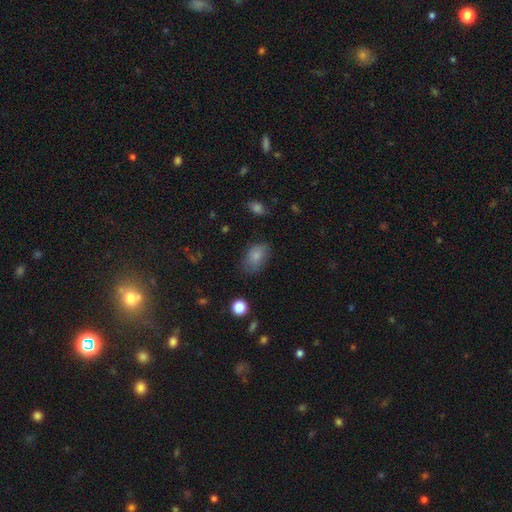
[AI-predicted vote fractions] Q: Smooth or featured?
A: smooth (82%); runner-up: star or artifact (9%)
Q: How rounded?
A: in between (85%); runner-up: round (14%)
Q: Merging?
A: none (64%); runner-up: minor disturbance (25%)